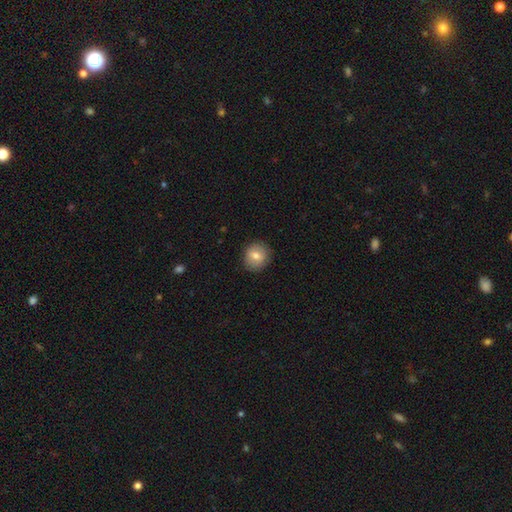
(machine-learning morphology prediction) A smooth galaxy with no disk features (76%) that is round (83%). Merging: none (88%).